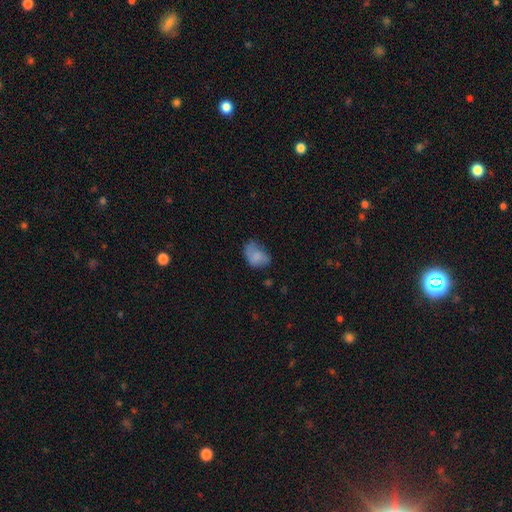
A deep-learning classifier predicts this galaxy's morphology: Smooth or featured?
  - smooth: 74% *
  - featured or disk: 16%
  - star or artifact: 9%
How rounded?
  - in between: 82% *
  - round: 17%
  - cigar-shaped: 1%
Merging?
  - none: 41% *
  - minor disturbance: 37%
  - major disturbance: 19%
  - merger: 3%